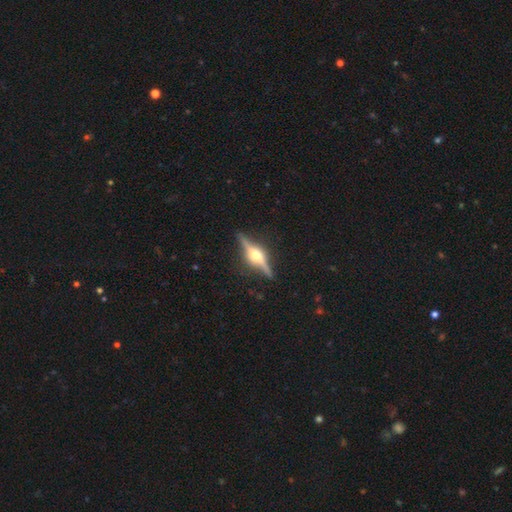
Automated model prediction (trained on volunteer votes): Morphology: type=featured or disk (84%); edge-on=yes (97%); edge-on bulge=rounded (92%); merging=none (88%).